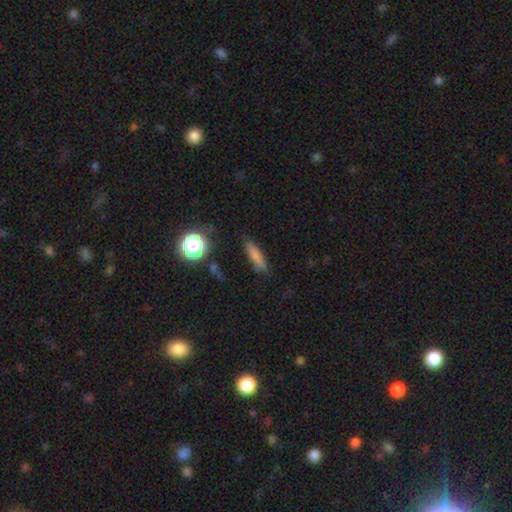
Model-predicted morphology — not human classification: Q: Smooth or featured?
A: smooth (75%); runner-up: featured or disk (14%)
Q: How rounded?
A: cigar-shaped (69%); runner-up: in between (26%)
Q: Merging?
A: none (76%); runner-up: minor disturbance (16%)